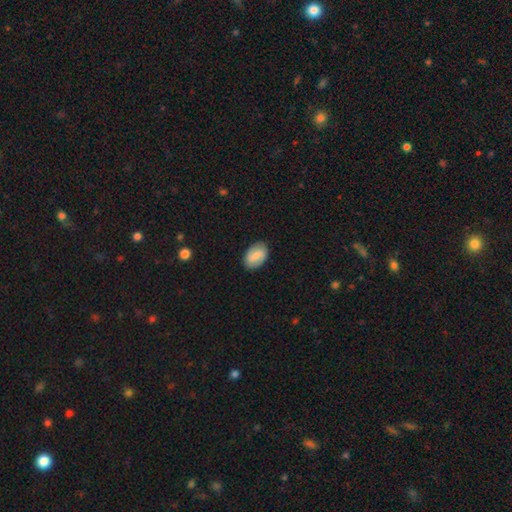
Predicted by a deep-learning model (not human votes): This appears to be a smooth galaxy with no disk features (63%) that is in between round and cigar-shaped (88%). Merging: none (85%).